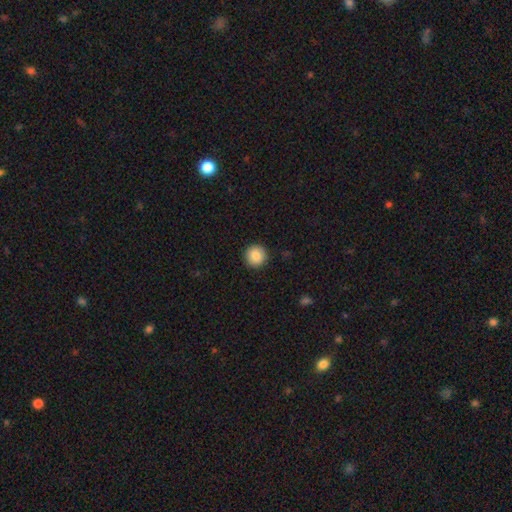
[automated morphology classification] smooth 87%, star or artifact 9%, featured or disk 5%. Down the decision tree: how rounded — round (95%); merging — none (92%).